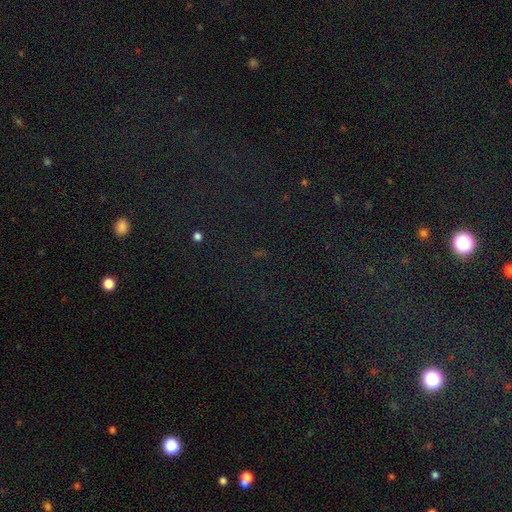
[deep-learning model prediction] Smooth or featured? Predicted: star or artifact (p=0.76).